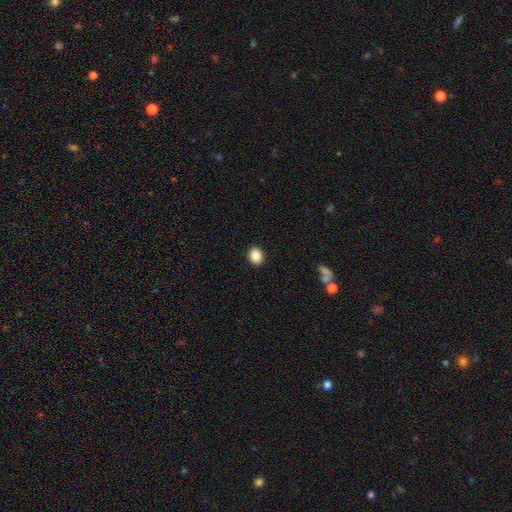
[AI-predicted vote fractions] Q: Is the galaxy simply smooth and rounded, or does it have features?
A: smooth — 88%.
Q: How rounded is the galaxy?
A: in between — 54%.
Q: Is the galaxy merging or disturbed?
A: none — 91%.